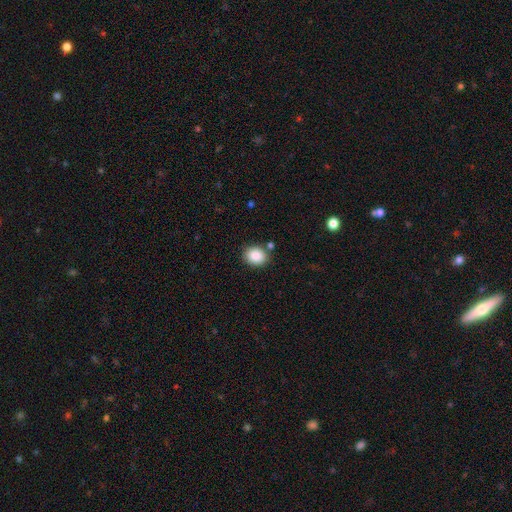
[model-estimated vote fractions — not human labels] Smooth or featured?
  - smooth: 88% *
  - star or artifact: 8%
  - featured or disk: 4%
How rounded?
  - round: 56% *
  - in between: 43%
  - cigar-shaped: 1%
Merging?
  - none: 81% *
  - minor disturbance: 11%
  - merger: 5%
  - major disturbance: 3%